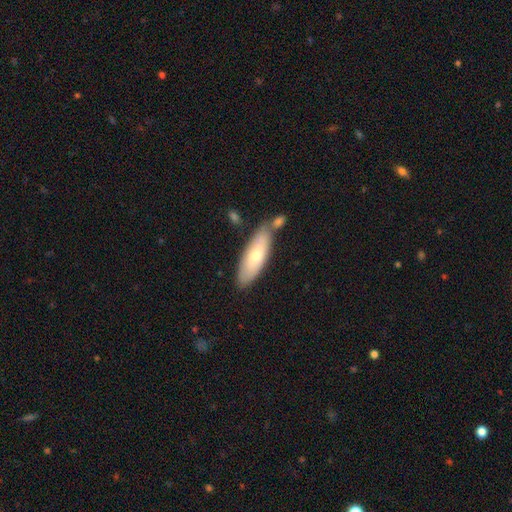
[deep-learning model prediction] This appears to be a smooth galaxy with no disk features (67%) that is in between round and cigar-shaped (53%). Merging: none (61%).